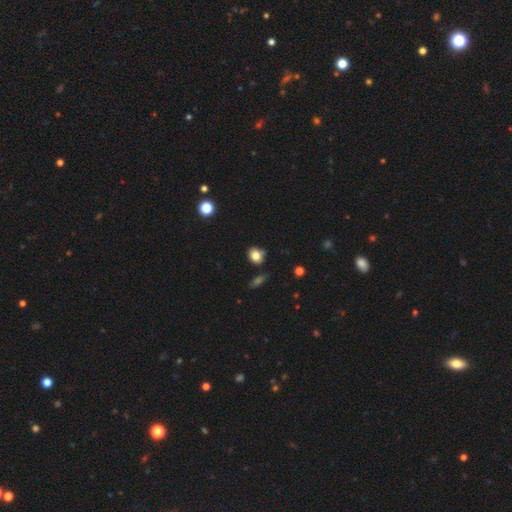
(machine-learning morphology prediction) smooth 80%, star or artifact 11%, featured or disk 9%. Down the decision tree: how rounded — round (55%); merging — none (72%).